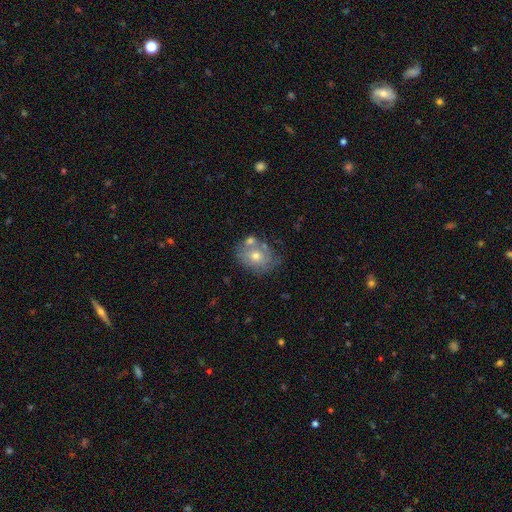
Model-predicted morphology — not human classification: type=smooth (56%); roundness=in between (54%); merging=none (51%).